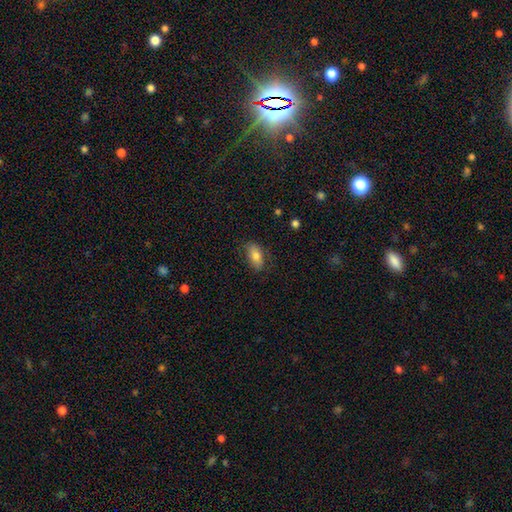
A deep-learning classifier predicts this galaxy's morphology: smooth 80%, featured or disk 13%, star or artifact 7%. Down the decision tree: how rounded — in between (89%); merging — none (76%).